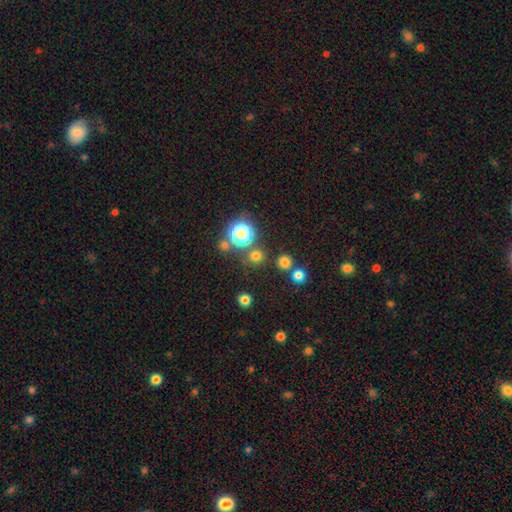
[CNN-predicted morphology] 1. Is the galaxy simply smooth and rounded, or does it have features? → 66% smooth, 28% star or artifact, 6% featured or disk.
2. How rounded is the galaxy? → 92% round, 7% in between, 1% cigar-shaped.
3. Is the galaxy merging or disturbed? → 80% none, 9% merger, 7% minor disturbance, 3% major disturbance.